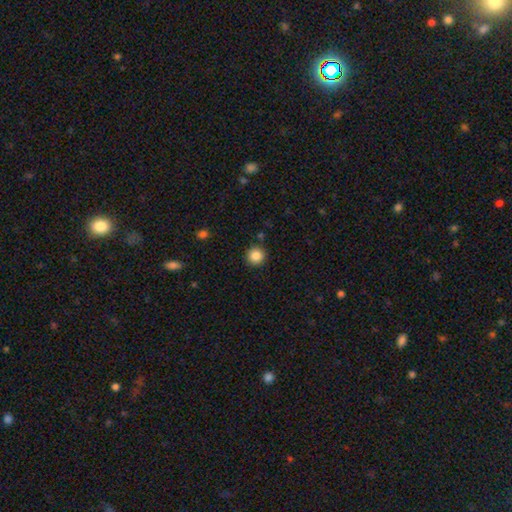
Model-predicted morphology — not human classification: Q: Smooth or featured?
A: smooth (85%); runner-up: star or artifact (10%)
Q: How rounded?
A: round (95%); runner-up: in between (4%)
Q: Merging?
A: none (90%); runner-up: minor disturbance (6%)